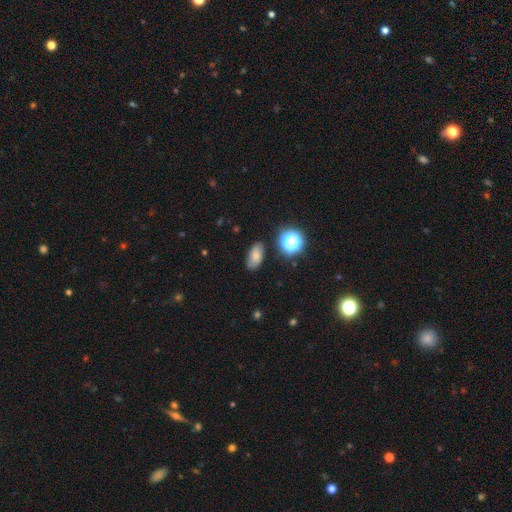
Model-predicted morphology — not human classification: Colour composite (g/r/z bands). It shows a smooth galaxy with no disk features (71%) that is in between round and cigar-shaped (88%). Merging: none (80%).